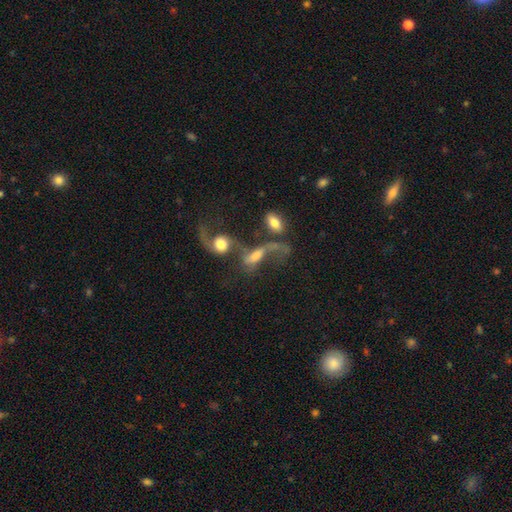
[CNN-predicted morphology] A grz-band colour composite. It shows a featured or disk galaxy (60%) with no bar (58%), spiral arms (75%) and a moderate central bulge (42%). Merging: merger (55%).